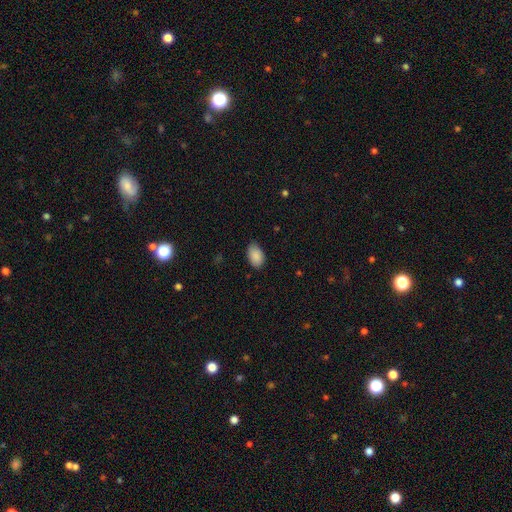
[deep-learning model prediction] Smooth or featured? smooth (89%)
How rounded? in between (92%)
Merging? none (80%)